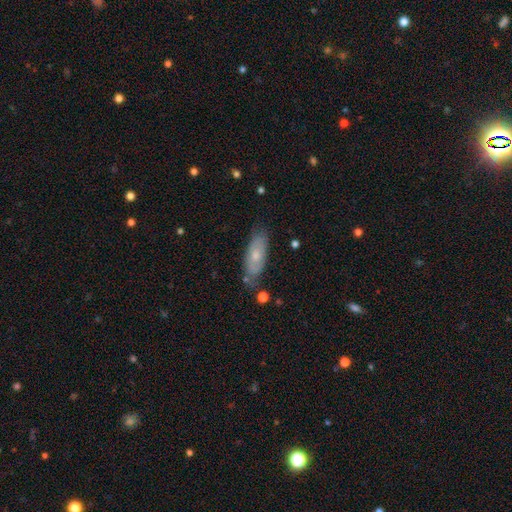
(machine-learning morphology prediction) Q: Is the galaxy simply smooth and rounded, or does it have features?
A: smooth — 53%.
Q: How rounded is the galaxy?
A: in between — 74%.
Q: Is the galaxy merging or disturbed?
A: none — 68%.